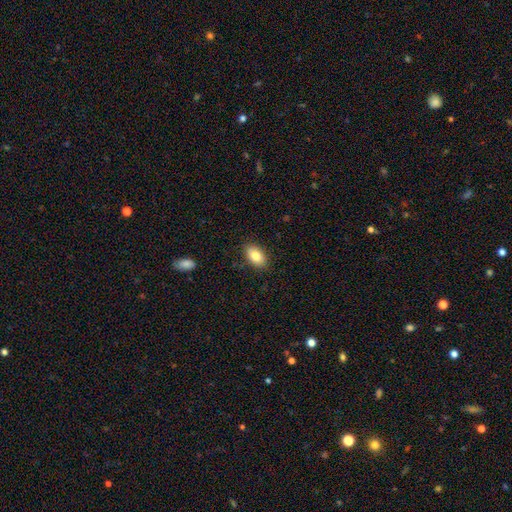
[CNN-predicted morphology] Smooth or featured?
  - smooth: 82% *
  - featured or disk: 10%
  - star or artifact: 7%
How rounded?
  - in between: 92% *
  - round: 6%
  - cigar-shaped: 2%
Merging?
  - none: 87% *
  - minor disturbance: 10%
  - major disturbance: 2%
  - merger: 1%